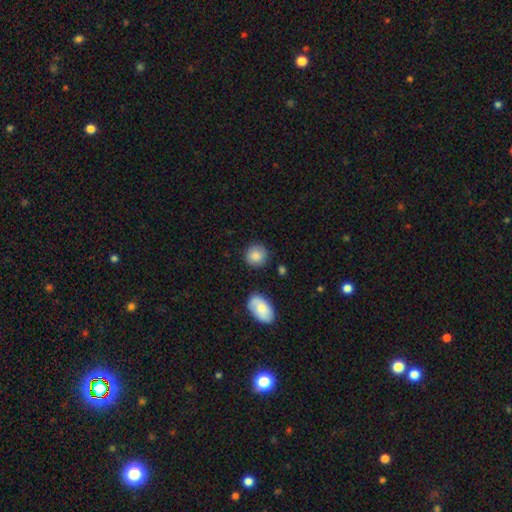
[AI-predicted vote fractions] smooth 84%, featured or disk 8%, star or artifact 8%. Down the decision tree: how rounded — round (87%); merging — none (84%).